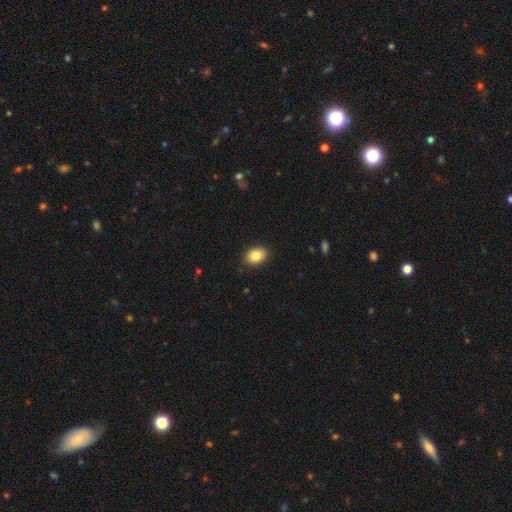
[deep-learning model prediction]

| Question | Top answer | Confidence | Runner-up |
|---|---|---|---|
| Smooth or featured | smooth | 84% | star or artifact (8%) |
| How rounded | in between | 76% | round (23%) |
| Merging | none | 89% | minor disturbance (8%) |